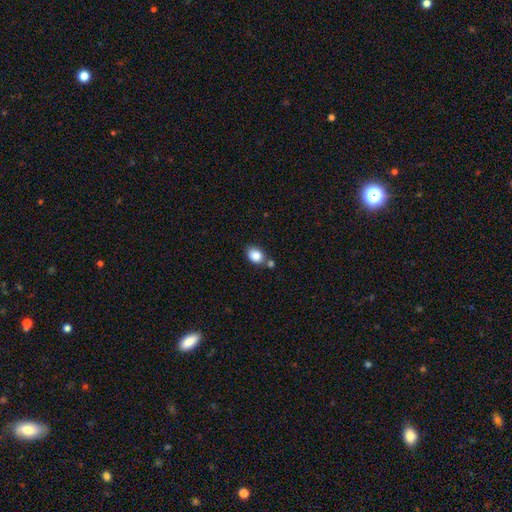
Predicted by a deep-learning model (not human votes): This is clearly a smooth galaxy (86%). How rounded: likely in between (70%). Merging: likely none (65%).